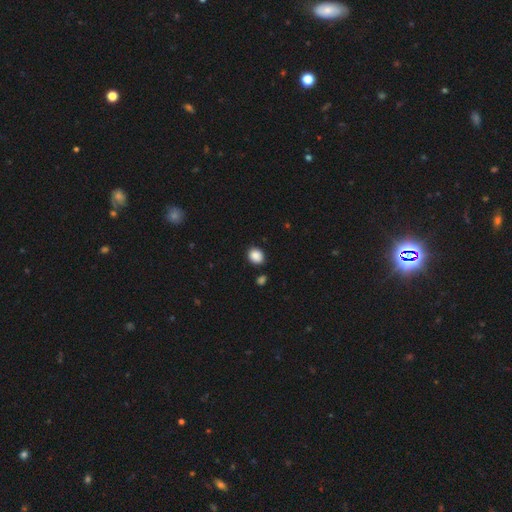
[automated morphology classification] smooth-or-featured: smooth: 88% | star or artifact: 9% | featured or disk: 3%
  how-rounded: round: 57% | in between: 42% | cigar-shaped: 1%
  merging: none: 84% | minor disturbance: 10% | merger: 3% | major disturbance: 2%